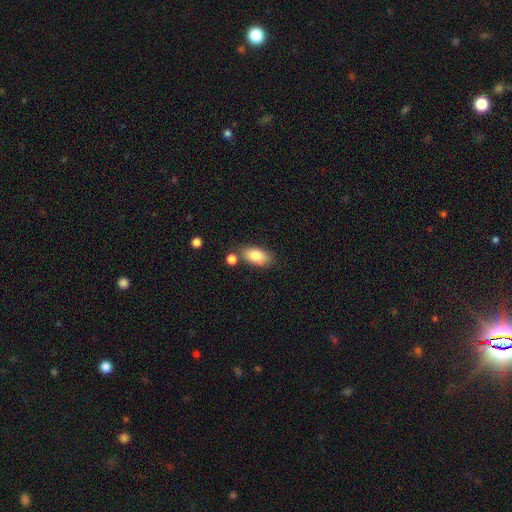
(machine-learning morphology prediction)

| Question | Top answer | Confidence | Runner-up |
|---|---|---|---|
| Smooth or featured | smooth | 82% | featured or disk (11%) |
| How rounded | in between | 91% | round (5%) |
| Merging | none | 71% | minor disturbance (14%) |